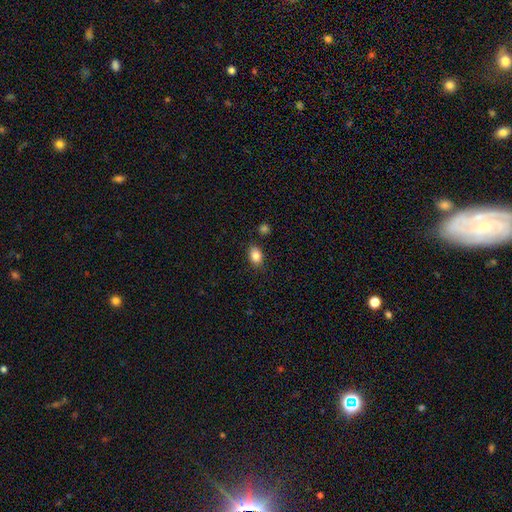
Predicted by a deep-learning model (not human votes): Smooth or featured? Predicted: smooth (p=0.85). How rounded? Predicted: in between (p=0.78). Merging? Predicted: none (p=0.83).